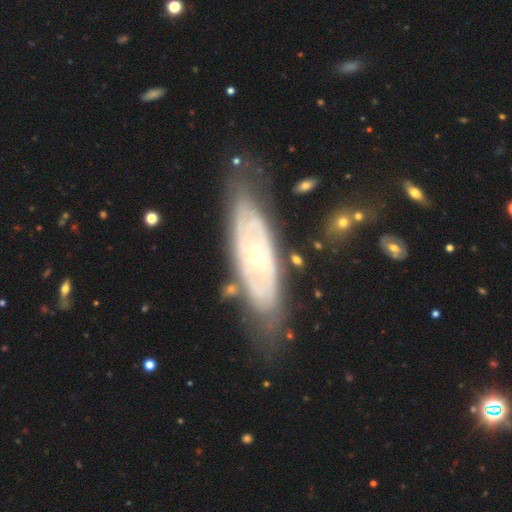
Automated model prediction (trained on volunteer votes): This appears to be a featured or disk galaxy (78%) with no bar (81%), spiral arms (68%) and a small central bulge (75%). Merging: none (72%).